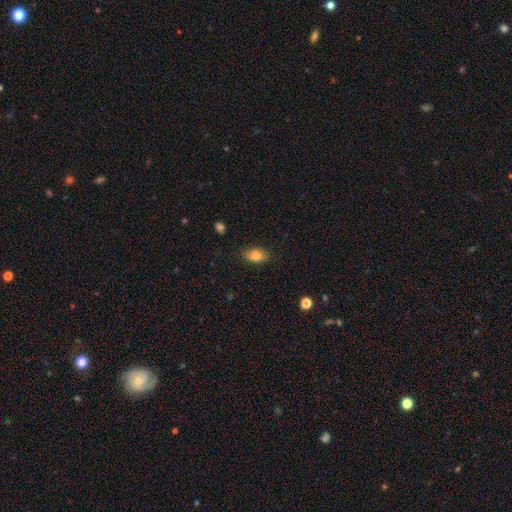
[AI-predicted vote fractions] This appears to be a smooth galaxy with no disk features (81%) that is in between round and cigar-shaped (85%). Merging: none (86%).